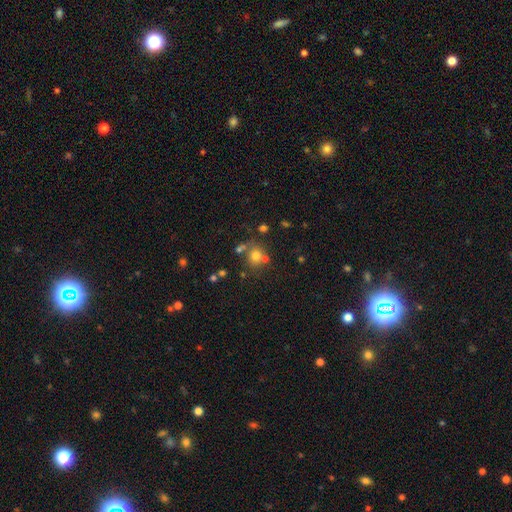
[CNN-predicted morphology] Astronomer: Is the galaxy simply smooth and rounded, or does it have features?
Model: smooth — 69%.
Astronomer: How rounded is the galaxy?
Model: round — 81%.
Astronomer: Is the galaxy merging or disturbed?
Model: none — 57%.